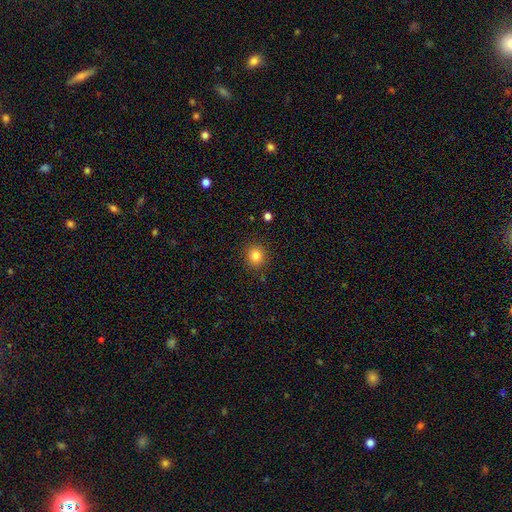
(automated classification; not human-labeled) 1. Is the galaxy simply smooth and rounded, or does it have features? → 82% smooth, 12% star or artifact, 6% featured or disk.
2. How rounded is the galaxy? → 87% round, 12% in between, 1% cigar-shaped.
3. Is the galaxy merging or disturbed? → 88% none, 8% minor disturbance, 2% major disturbance, 2% merger.